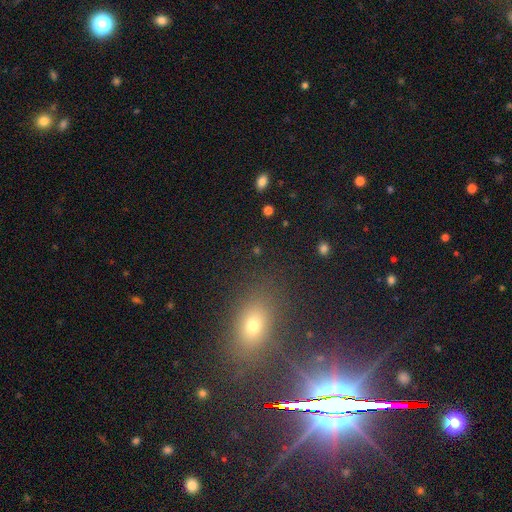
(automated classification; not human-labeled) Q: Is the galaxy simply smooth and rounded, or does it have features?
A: star or artifact — 46%.